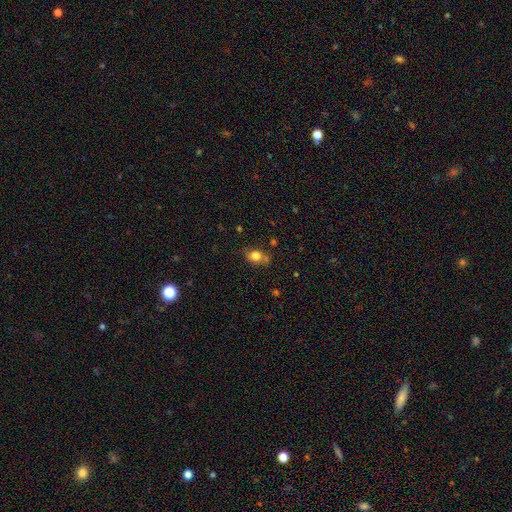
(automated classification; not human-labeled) The model was most divided on "how rounded": round: 53%, in between: 46%, cigar-shaped: 2%. More confident: smooth or featured — smooth (79%); merging — none (63%).